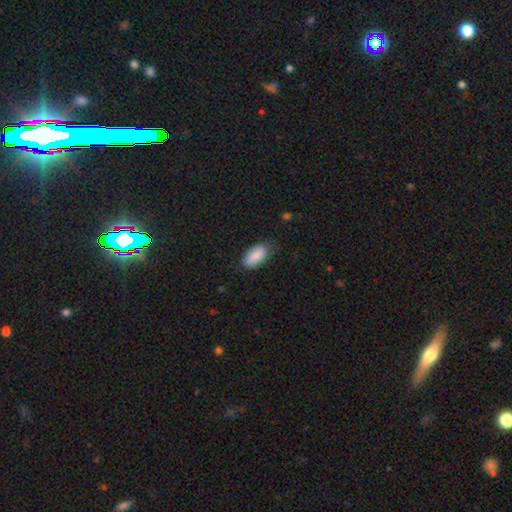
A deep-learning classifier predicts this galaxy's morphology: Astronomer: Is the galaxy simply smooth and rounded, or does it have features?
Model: smooth — 87%.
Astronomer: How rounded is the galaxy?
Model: in between — 93%.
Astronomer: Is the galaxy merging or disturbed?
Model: none — 73%.